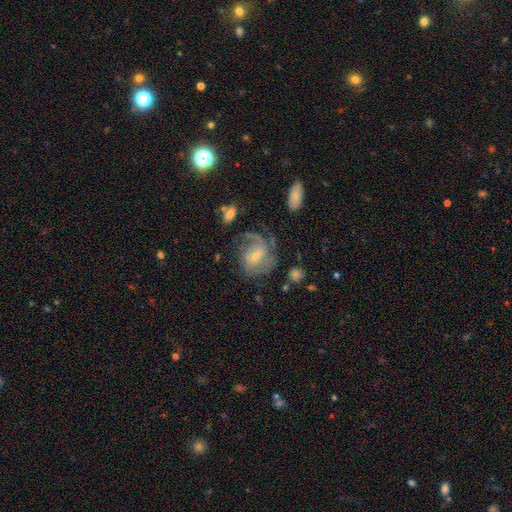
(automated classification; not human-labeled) Q: Smooth or featured?
A: featured or disk (76%); runner-up: smooth (17%)
Q: Edge-on disk?
A: no (97%); runner-up: yes (3%)
Q: Bar?
A: no (46%); runner-up: weak (42%)
Q: Spiral arms?
A: yes (89%); runner-up: no (11%)
Q: Spiral winding?
A: tight (41%); runner-up: medium (40%)
Q: Spiral arm count?
A: can't tell (30%); runner-up: 2 (29%)
Q: Bulge size?
A: small (64%); runner-up: moderate (31%)
Q: Merging?
A: none (52%); runner-up: major disturbance (23%)